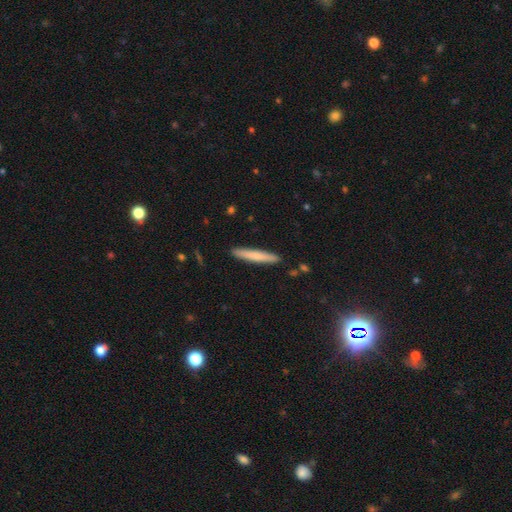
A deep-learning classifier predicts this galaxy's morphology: Smooth or featured? smooth (67%)
How rounded? cigar-shaped (95%)
Merging? none (91%)